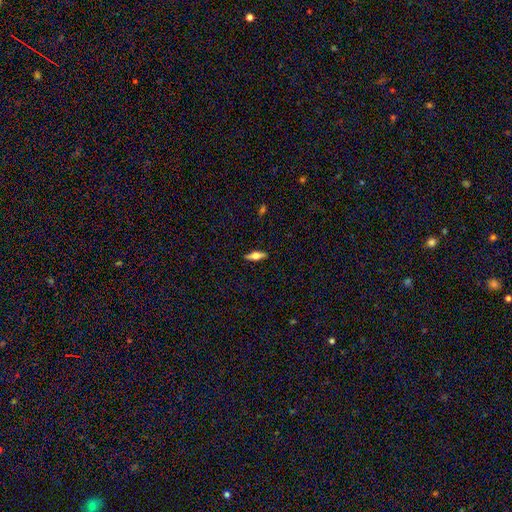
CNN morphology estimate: Smooth or featured?
  - smooth: 51% *
  - featured or disk: 42%
  - star or artifact: 7%
How rounded?
  - in between: 60% *
  - cigar-shaped: 37%
  - round: 3%
Merging?
  - none: 89% *
  - minor disturbance: 8%
  - major disturbance: 2%
  - merger: 1%